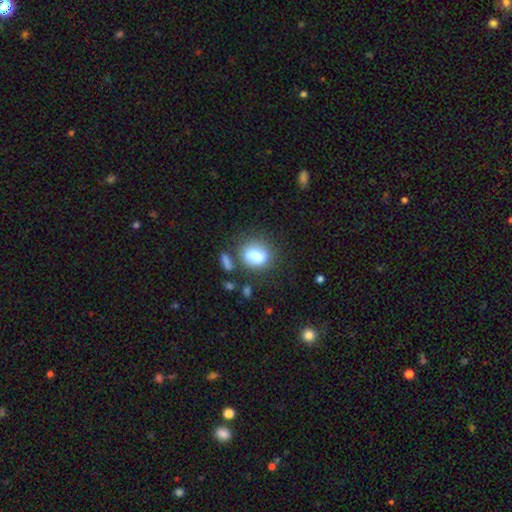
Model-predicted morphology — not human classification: smooth 81%, featured or disk 10%, star or artifact 9%. Down the decision tree: how rounded — in between (60%); merging — none (59%).